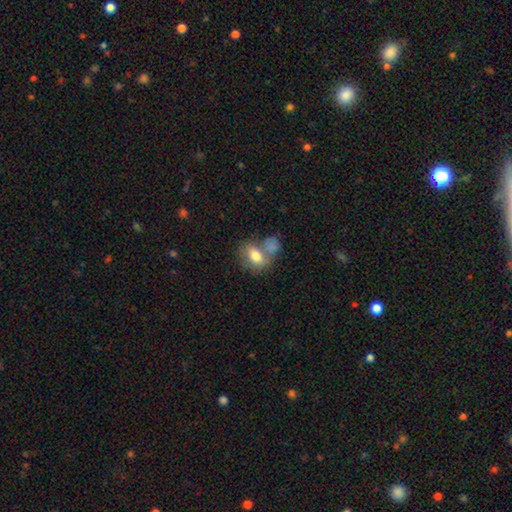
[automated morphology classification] smooth_or_featured: smooth (p=0.76) [alt: featured or disk p=0.17]
how_rounded: in between (p=0.75) [alt: round p=0.23]
merging: merger (p=0.43) [alt: none p=0.37]